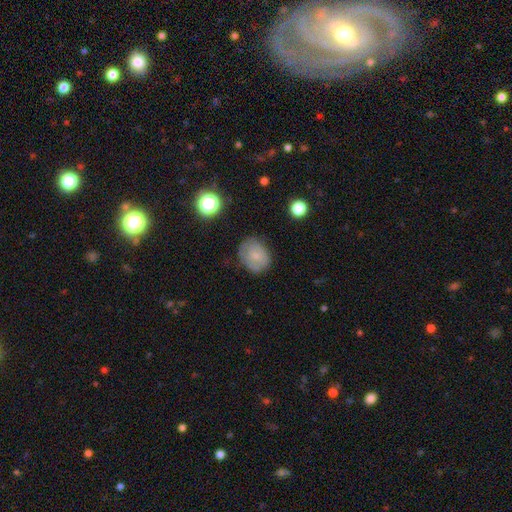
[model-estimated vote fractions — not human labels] Smooth or featured: smooth — 67% (featured or disk — 24%)
How rounded: round — 54% (in between — 45%)
Merging: none — 72% (minor disturbance — 21%)